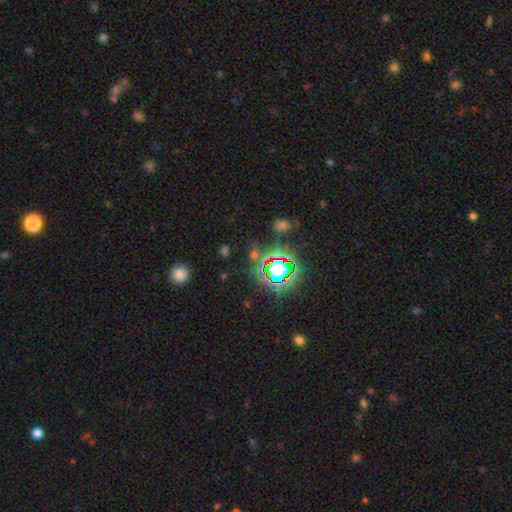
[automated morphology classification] This is likely a star or artifact rather than a galaxy (72%).